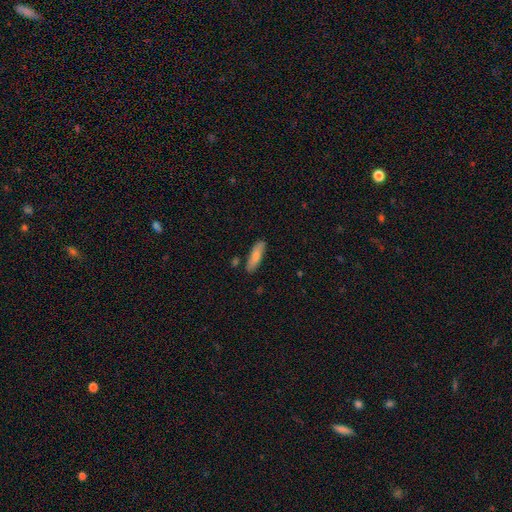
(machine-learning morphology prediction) Smooth or featured: smooth — 76% (featured or disk — 18%)
How rounded: cigar-shaped — 57% (in between — 41%)
Merging: none — 82% (minor disturbance — 12%)